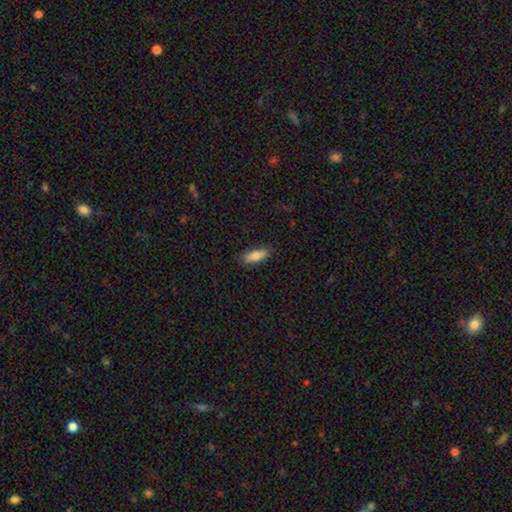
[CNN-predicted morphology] Smooth or featured? Predicted: smooth (p=0.80). How rounded? Predicted: in between (p=0.67). Merging? Predicted: none (p=0.85).